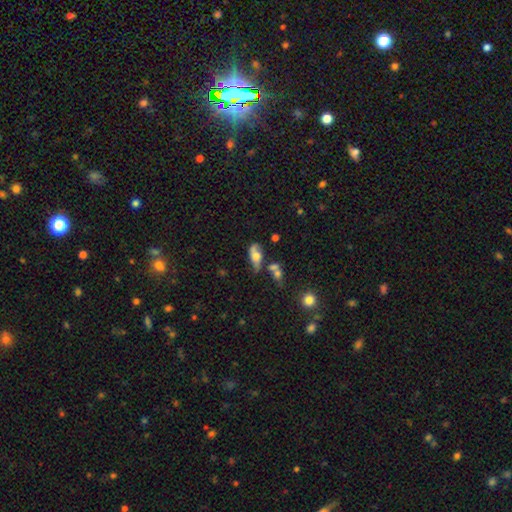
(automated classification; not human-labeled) A featured or disk galaxy (48%). Merging: none (38%).